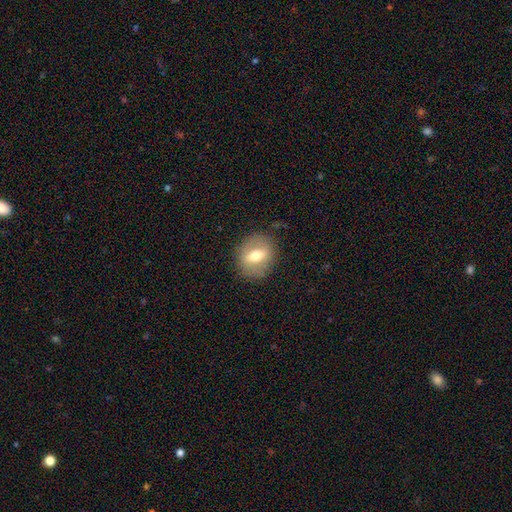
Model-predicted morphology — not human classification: The model was most divided on "smooth or featured": smooth: 48%, featured or disk: 44%, star or artifact: 8%. More confident: merging — none (84%).